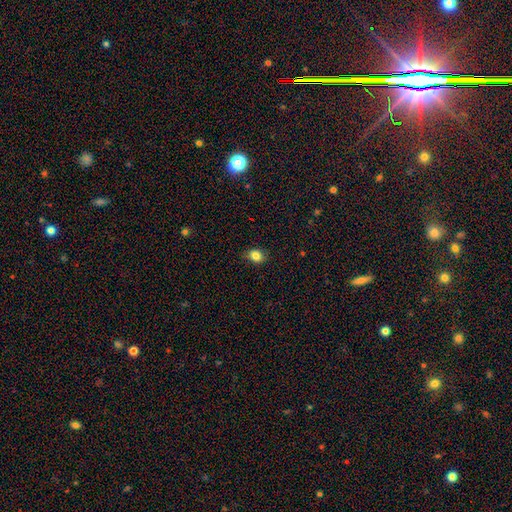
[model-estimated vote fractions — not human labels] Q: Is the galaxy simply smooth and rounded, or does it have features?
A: smooth — 84%.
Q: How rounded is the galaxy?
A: in between — 51%.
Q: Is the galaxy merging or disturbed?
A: none — 83%.